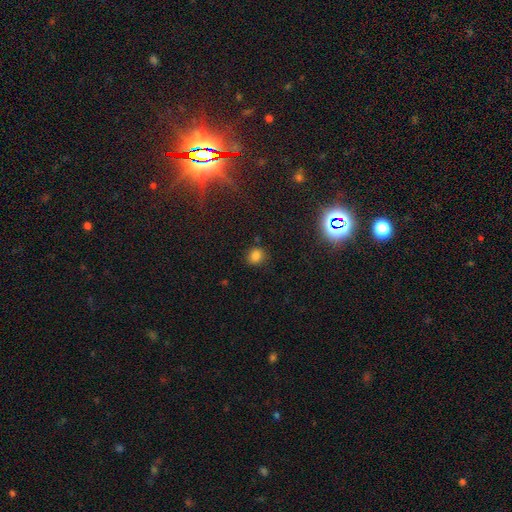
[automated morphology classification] smooth-or-featured: smooth: 79% | star or artifact: 16% | featured or disk: 5%
  how-rounded: round: 69% | in between: 30% | cigar-shaped: 1%
  merging: none: 81% | minor disturbance: 13% | major disturbance: 3% | merger: 3%